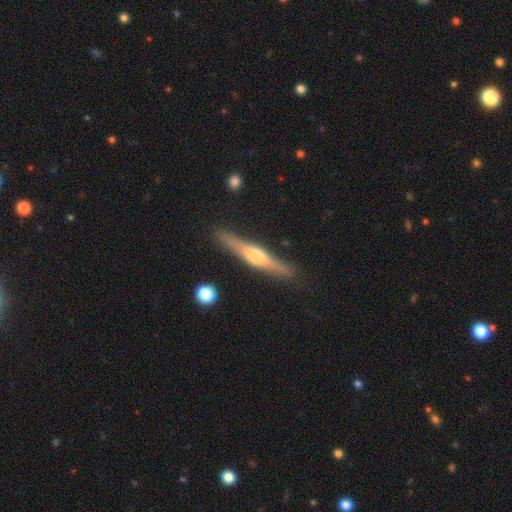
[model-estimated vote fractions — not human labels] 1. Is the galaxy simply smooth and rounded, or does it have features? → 72% featured or disk, 23% smooth, 5% star or artifact.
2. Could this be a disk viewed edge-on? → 97% yes, 3% no.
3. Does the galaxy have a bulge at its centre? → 84% rounded, 11% boxy, 5% none.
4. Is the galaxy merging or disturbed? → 88% none, 8% minor disturbance, 2% major disturbance, 2% merger.